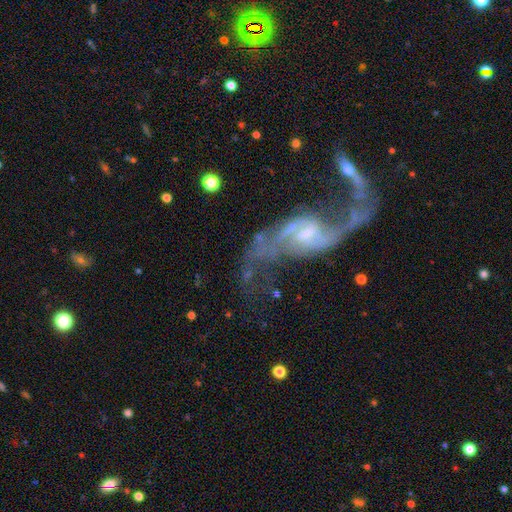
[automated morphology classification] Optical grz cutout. It shows a featured or disk galaxy (86%) with no bar (52%), 2 (89%) loose (82%) spiral arms (94%) and a small central bulge (56%). Merging: none (46%).